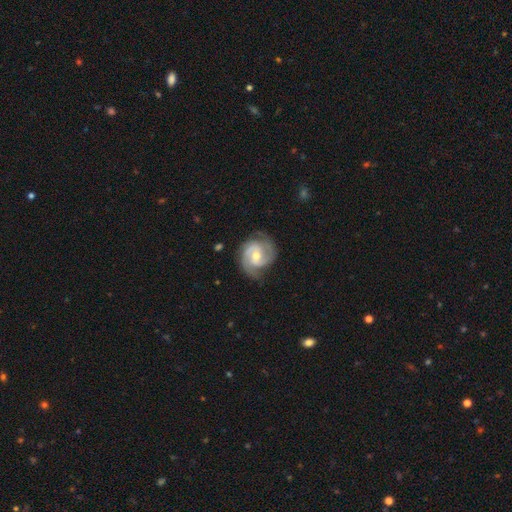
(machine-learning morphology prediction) Smooth or featured: featured or disk — 89% (smooth — 7%)
Edge-on disk: no — 98% (yes — 2%)
Bar: no — 44% (tied with weak — 44%)
Spiral arms: yes — 97% (no — 3%)
Spiral winding: medium — 47% (tight — 42%)
Spiral arm count: 2 — 80% (3 — 9%)
Bulge size: moderate — 62% (small — 34%)
Merging: none — 74% (minor disturbance — 19%)